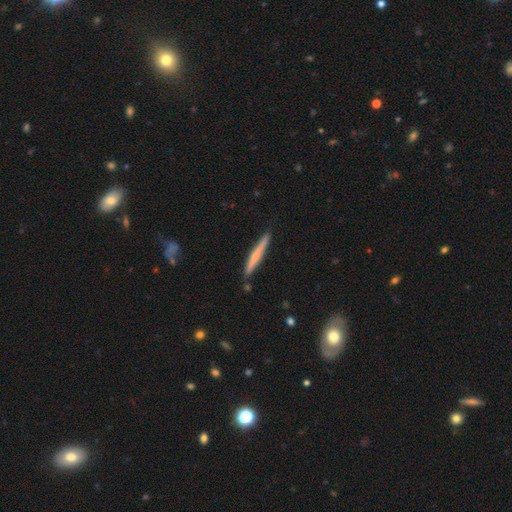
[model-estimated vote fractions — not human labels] Smooth or featured?
  - smooth: 48% *
  - featured or disk: 47%
  - star or artifact: 6%
Merging?
  - none: 88% *
  - minor disturbance: 8%
  - merger: 2%
  - major disturbance: 1%